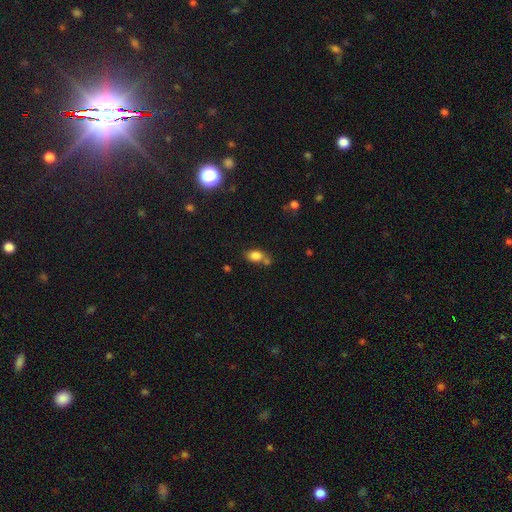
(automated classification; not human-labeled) This is clearly a smooth galaxy (82%). How rounded: likely in between (76%). Merging: possibly none (53%).